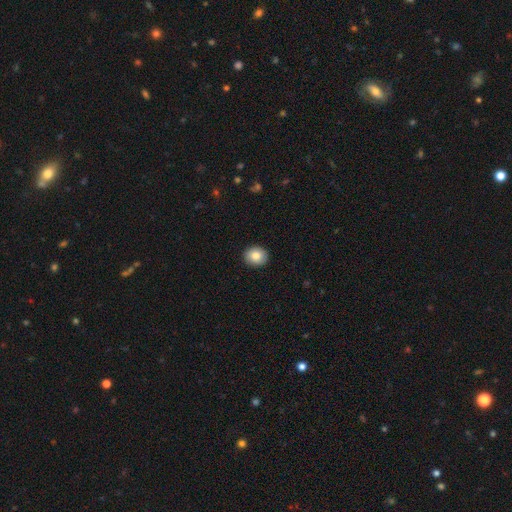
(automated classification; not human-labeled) The model was most divided on "how rounded": round: 70%, in between: 30%, cigar-shaped: 1%. More confident: merging — none (91%); smooth or featured — smooth (83%).